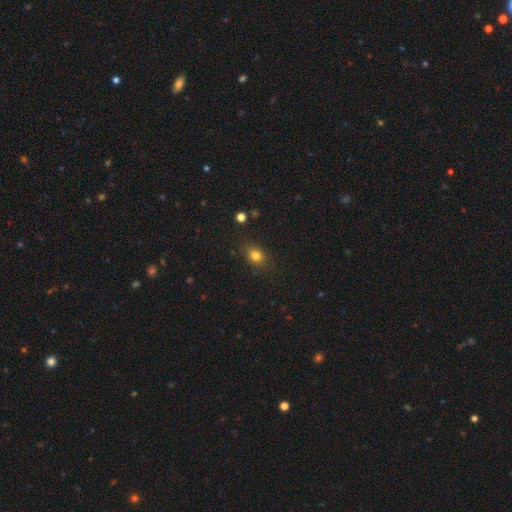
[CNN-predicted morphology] The model was most divided on "how rounded": in between: 52%, round: 47%, cigar-shaped: 1%. More confident: merging — none (84%); smooth or featured — smooth (80%).